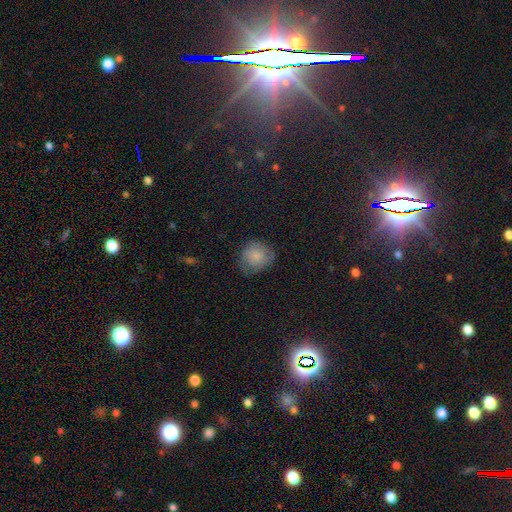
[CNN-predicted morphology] Smooth or featured?
  - smooth: 76% *
  - featured or disk: 15%
  - star or artifact: 9%
How rounded?
  - round: 83% *
  - in between: 16%
  - cigar-shaped: 1%
Merging?
  - none: 63% *
  - minor disturbance: 27%
  - major disturbance: 8%
  - merger: 1%